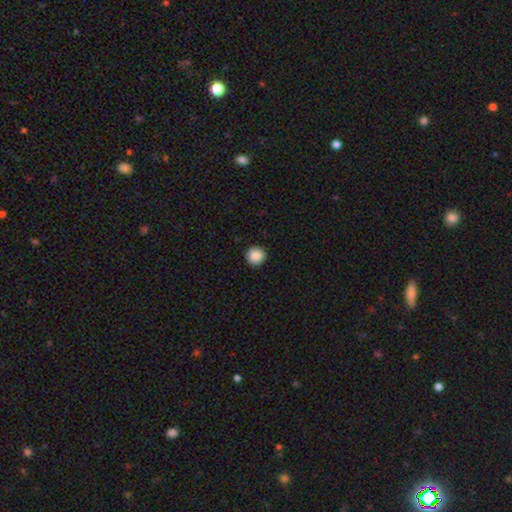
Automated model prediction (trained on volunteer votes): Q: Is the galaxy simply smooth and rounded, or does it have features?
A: smooth — 88%.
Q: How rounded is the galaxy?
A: round — 93%.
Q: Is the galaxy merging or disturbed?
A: none — 92%.